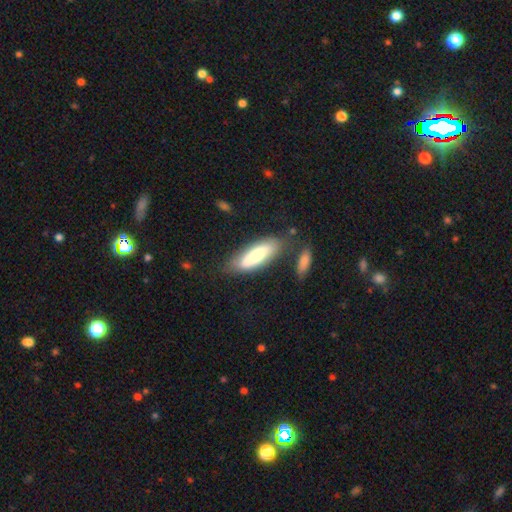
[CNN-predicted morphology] A smooth galaxy with no disk features (68%) that is in between round and cigar-shaped (56%). Merging: none (69%).